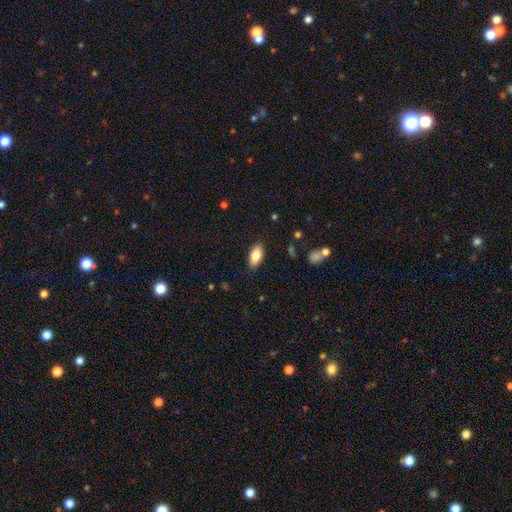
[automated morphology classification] A smooth galaxy with no disk features (82%) that is in between round and cigar-shaped (90%). Merging: none (87%).